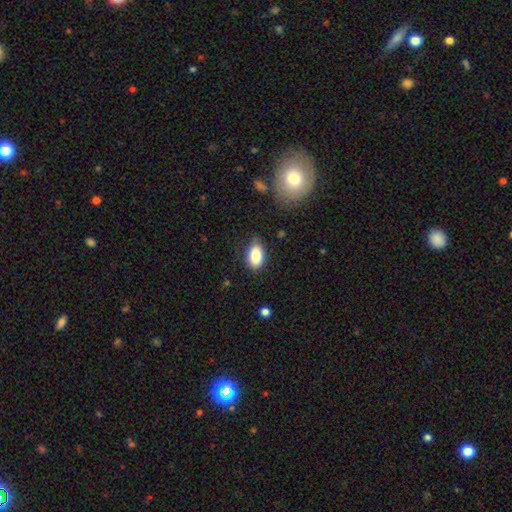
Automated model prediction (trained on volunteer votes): smooth-or-featured: smooth: 86% | star or artifact: 8% | featured or disk: 6%
  how-rounded: in between: 92% | round: 5% | cigar-shaped: 3%
  merging: none: 76% | minor disturbance: 19% | major disturbance: 4% | merger: 2%